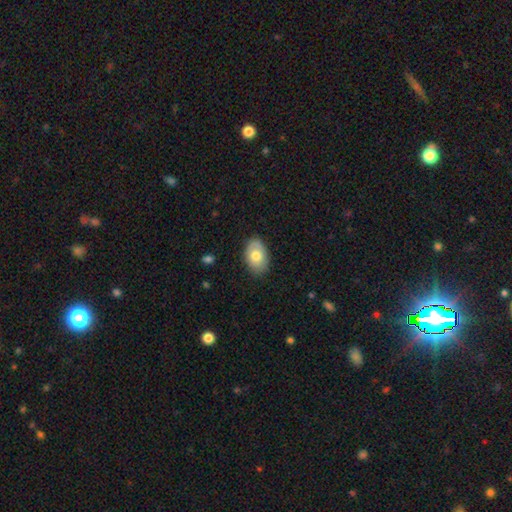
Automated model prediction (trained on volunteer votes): smooth 73%, featured or disk 21%, star or artifact 7%. Down the decision tree: how rounded — in between (89%); merging — none (83%).